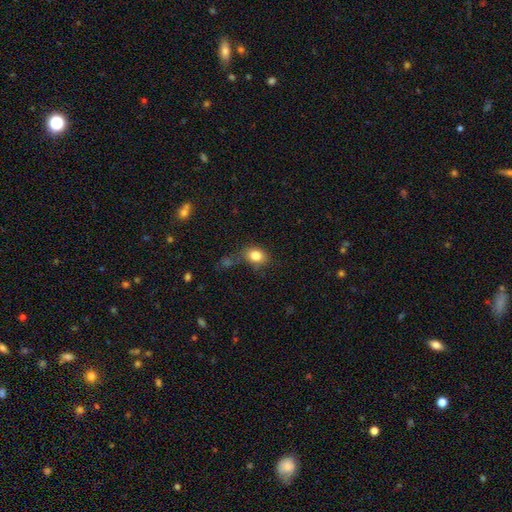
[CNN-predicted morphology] Overall: smooth (82%). How rounded: in between (57%; round 42%). Merging: none (63%).